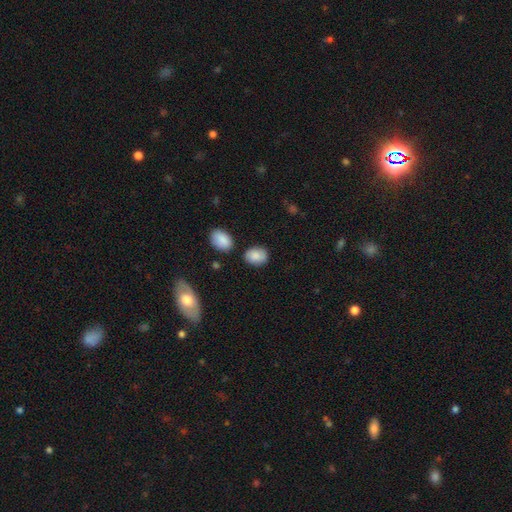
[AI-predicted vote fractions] smooth 85%, star or artifact 7%, featured or disk 7%. Down the decision tree: how rounded — in between (65%); merging — none (75%).